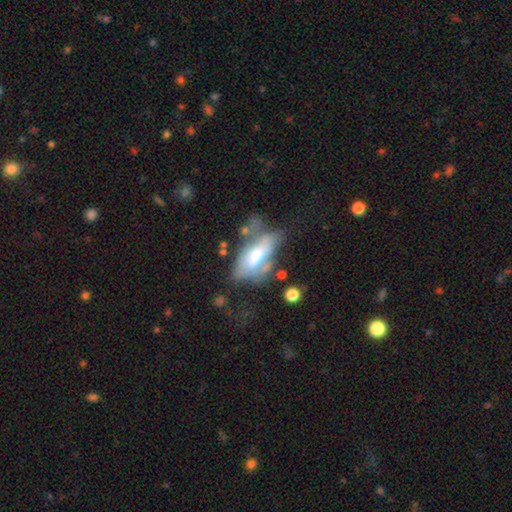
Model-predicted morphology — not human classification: This appears to be a featured or disk galaxy (48%). Merging: major disturbance (33%).